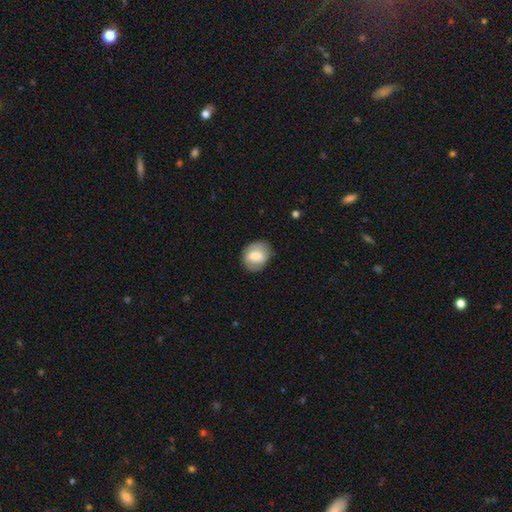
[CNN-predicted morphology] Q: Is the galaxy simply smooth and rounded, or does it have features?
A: smooth — 54%.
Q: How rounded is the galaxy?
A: round — 52%.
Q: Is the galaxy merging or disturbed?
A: none — 77%.